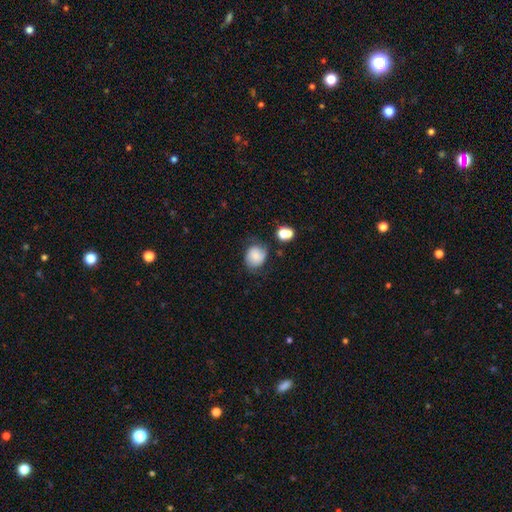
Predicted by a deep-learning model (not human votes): This is likely a smooth galaxy (74%). How rounded: likely round (70%). Merging: likely none (63%).